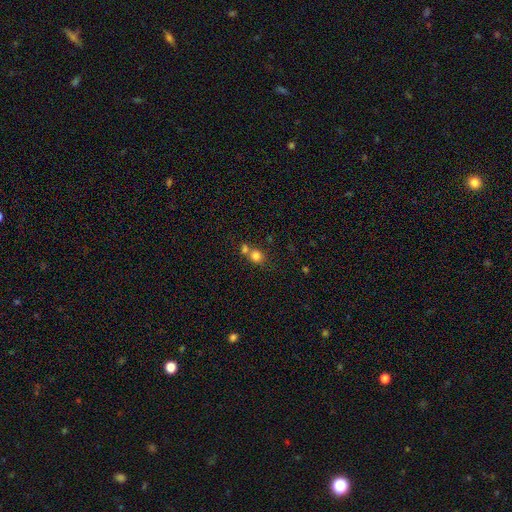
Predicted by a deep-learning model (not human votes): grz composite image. It shows a smooth galaxy with no disk features (80%) that is round (79%). Merging: none (45%).